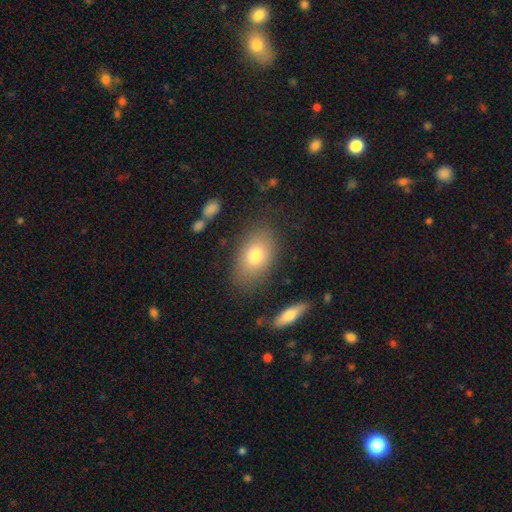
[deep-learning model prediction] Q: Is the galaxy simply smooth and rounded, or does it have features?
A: smooth — 75%.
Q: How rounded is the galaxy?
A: in between — 83%.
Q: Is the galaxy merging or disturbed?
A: none — 79%.